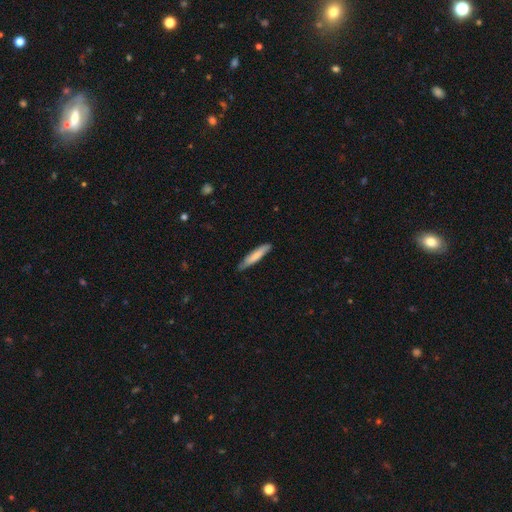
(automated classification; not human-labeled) A smooth galaxy with no disk features (74%) that is cigar-shaped (88%). Merging: none (79%).